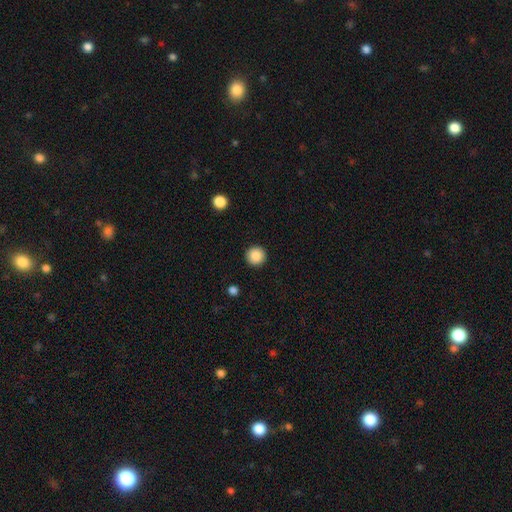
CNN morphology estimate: smooth_or_featured: smooth (p=0.87) [alt: star or artifact p=0.09]
how_rounded: round (p=0.96) [alt: in between p=0.03]
merging: none (p=0.93) [alt: minor disturbance p=0.05]